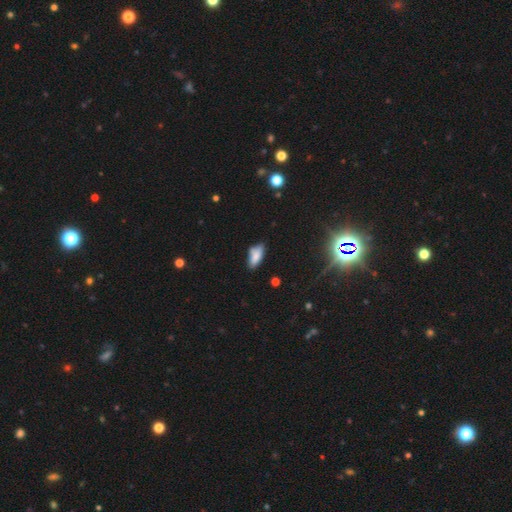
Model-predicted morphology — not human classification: Smooth or featured: smooth — 80% (featured or disk — 11%)
How rounded: in between — 85% (cigar-shaped — 13%)
Merging: none — 64% (minor disturbance — 27%)